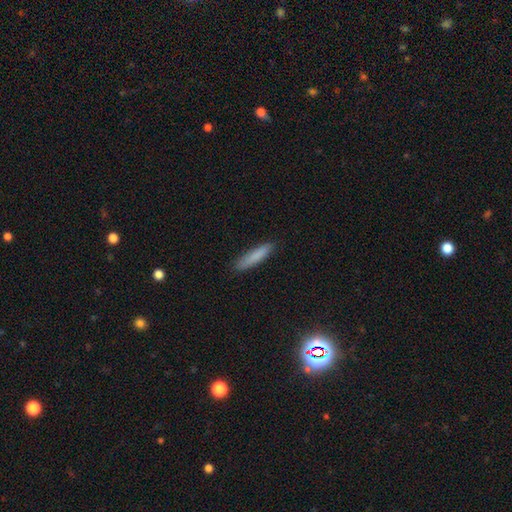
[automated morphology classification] Q: Smooth or featured?
A: smooth (84%); runner-up: featured or disk (10%)
Q: How rounded?
A: cigar-shaped (86%); runner-up: in between (12%)
Q: Merging?
A: none (87%); runner-up: minor disturbance (10%)